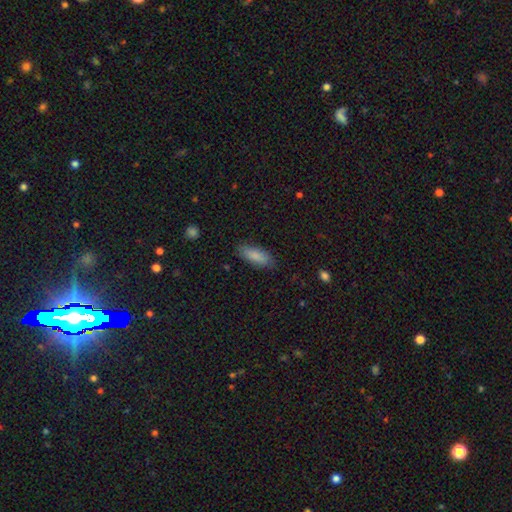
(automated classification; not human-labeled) smooth-or-featured: smooth: 86% | featured or disk: 8% | star or artifact: 6%
  how-rounded: in between: 74% | cigar-shaped: 24% | round: 2%
  merging: none: 83% | minor disturbance: 13% | major disturbance: 3% | merger: 1%